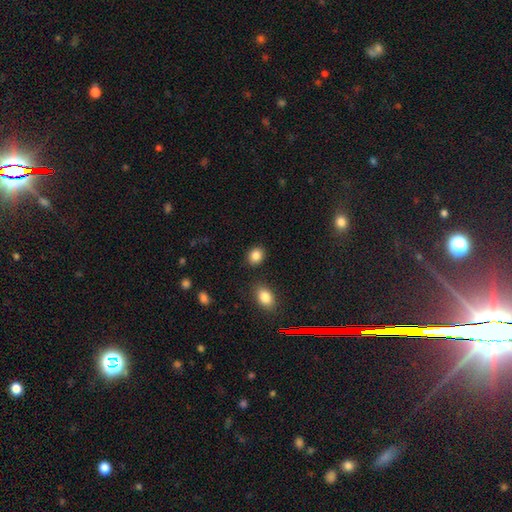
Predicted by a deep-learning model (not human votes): Smooth or featured? Predicted: smooth (p=0.86). How rounded? Predicted: round (p=0.57). Merging? Predicted: none (p=0.87).